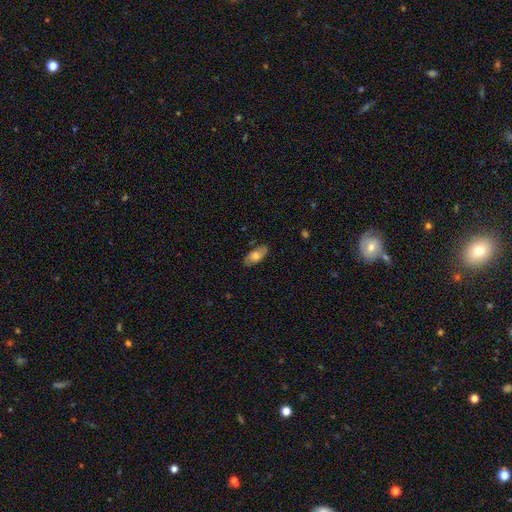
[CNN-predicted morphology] Smooth or featured? smooth (68%)
How rounded? in between (90%)
Merging? none (82%)